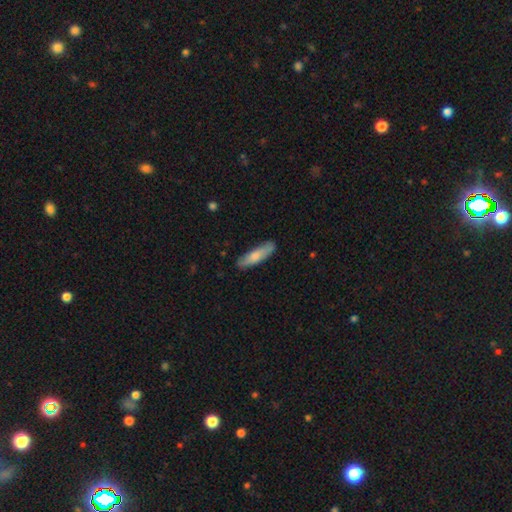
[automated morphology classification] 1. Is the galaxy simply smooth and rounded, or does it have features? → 75% smooth, 20% featured or disk, 5% star or artifact.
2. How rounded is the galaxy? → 69% cigar-shaped, 29% in between, 2% round.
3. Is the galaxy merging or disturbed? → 83% none, 14% minor disturbance, 2% major disturbance, 1% merger.